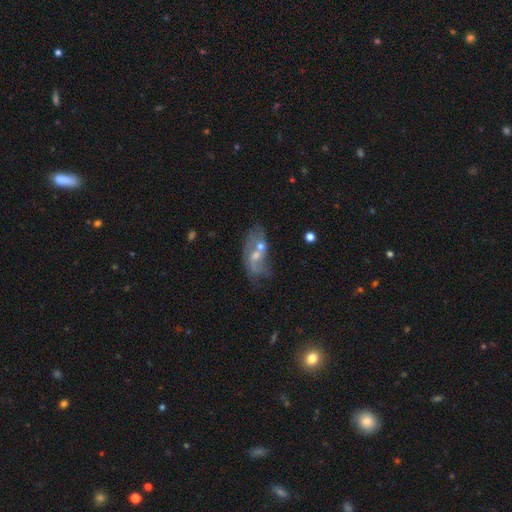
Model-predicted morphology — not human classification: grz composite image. It shows a featured or disk galaxy (57%) with no bar (69%), no spiral arms (51%) and a small central bulge (44%, tied with moderate). Merging: merger (39%).